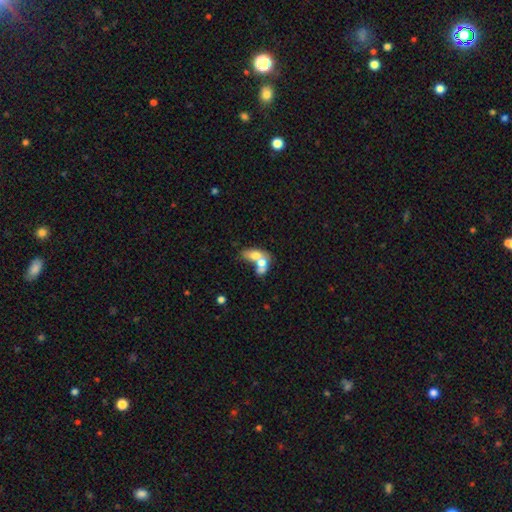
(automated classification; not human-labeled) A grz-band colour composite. It shows a smooth galaxy with no disk features (62%) that is in between round and cigar-shaped (76%). Merging: merger (75%).